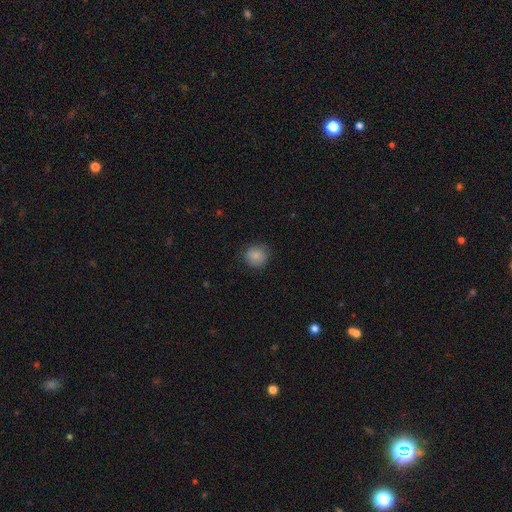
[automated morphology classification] This is clearly a smooth galaxy (86%). How rounded: clearly round (89%). Merging: clearly none (84%).